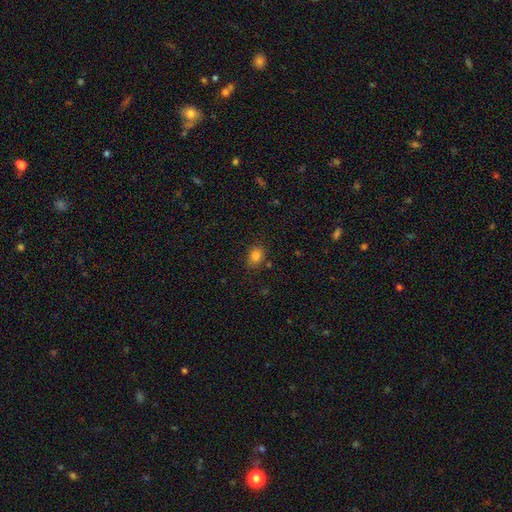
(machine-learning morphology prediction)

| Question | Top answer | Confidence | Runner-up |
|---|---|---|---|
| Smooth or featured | smooth | 83% | star or artifact (11%) |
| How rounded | in between | 52% | round (47%) |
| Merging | none | 80% | minor disturbance (13%) |